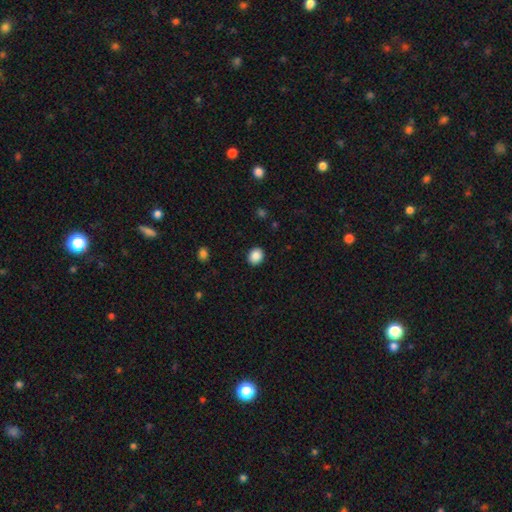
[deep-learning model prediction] Overall: smooth (88%). How rounded: round (68%; in between 31%). Merging: none (91%).